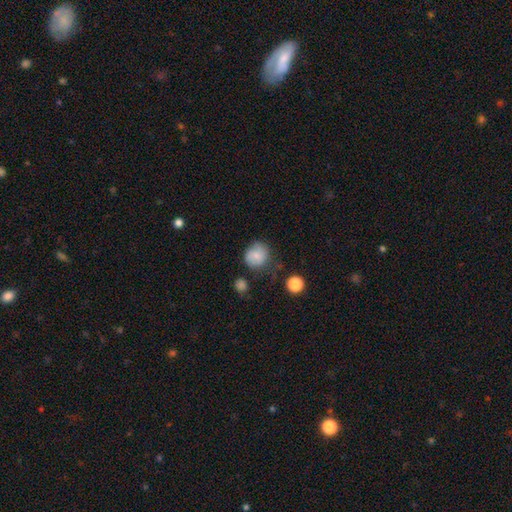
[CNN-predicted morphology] Smooth or featured? smooth (81%)
How rounded? round (82%)
Merging? none (62%)